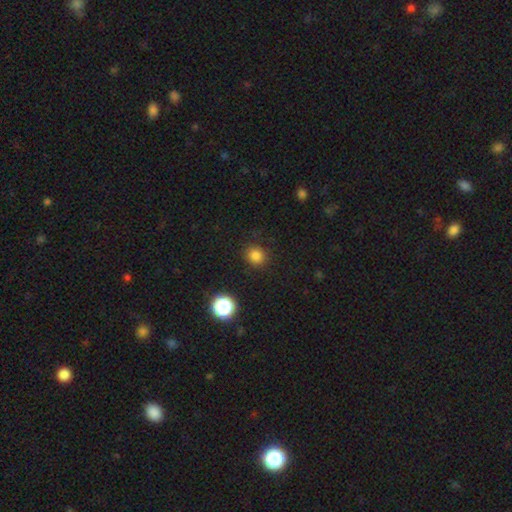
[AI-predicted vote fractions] smooth-or-featured: smooth: 82% | star or artifact: 14% | featured or disk: 4%
  how-rounded: round: 85% | in between: 14% | cigar-shaped: 1%
  merging: none: 88% | minor disturbance: 8% | major disturbance: 3% | merger: 1%